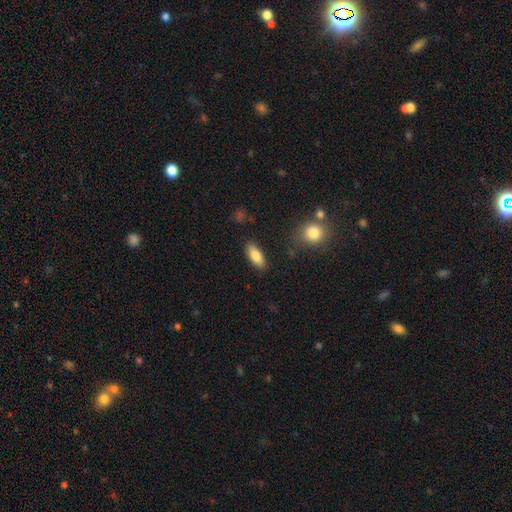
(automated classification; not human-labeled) The model was most divided on "how rounded": in between: 80%, cigar-shaped: 18%, round: 2%. More confident: merging — none (86%); smooth or featured — smooth (84%).